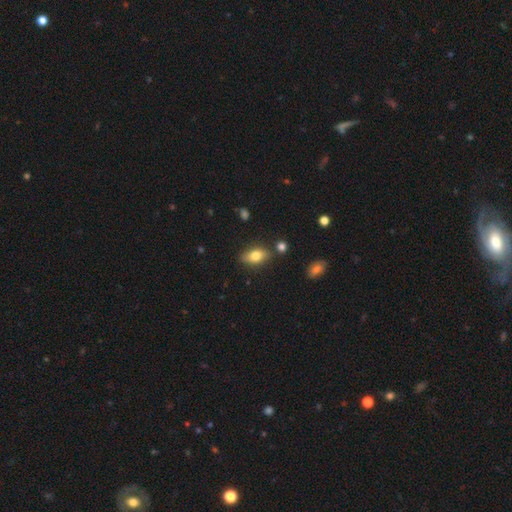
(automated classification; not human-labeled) This appears to be a smooth galaxy with no disk features (74%) that is in between round and cigar-shaped (84%). Merging: none (80%).